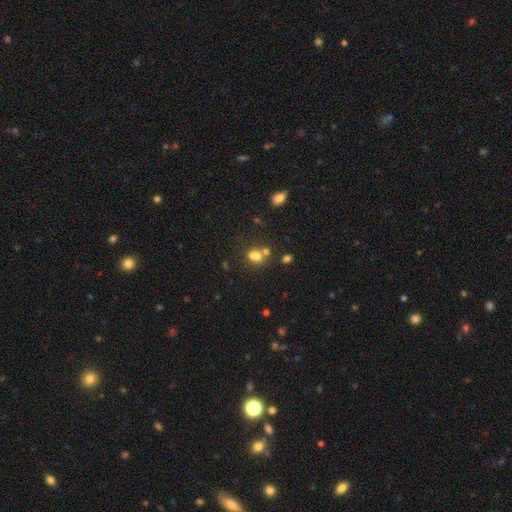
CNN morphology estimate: This is likely a smooth galaxy (67%). How rounded: possibly round (54%). Merging: possibly merger (50%).